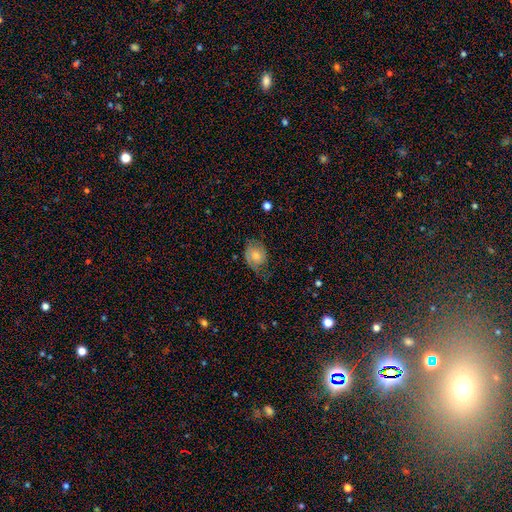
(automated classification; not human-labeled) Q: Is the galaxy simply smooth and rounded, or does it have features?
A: smooth — 52%.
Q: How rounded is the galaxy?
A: in between — 54%.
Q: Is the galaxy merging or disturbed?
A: none — 49%.